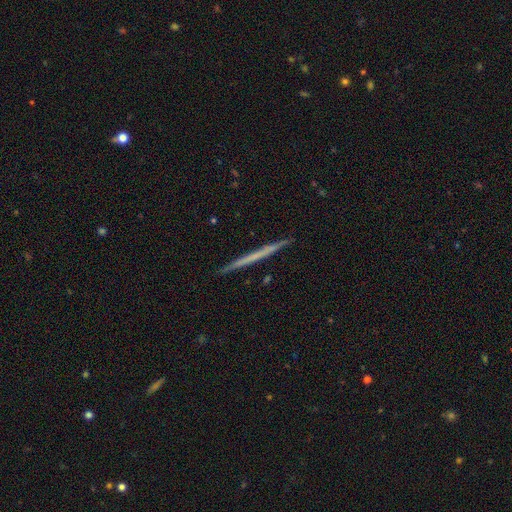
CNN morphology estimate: Q: Smooth or featured?
A: featured or disk (50%); runner-up: smooth (44%)
Q: Edge-on disk?
A: yes (98%); runner-up: no (2%)
Q: Merging?
A: none (92%); runner-up: minor disturbance (5%)